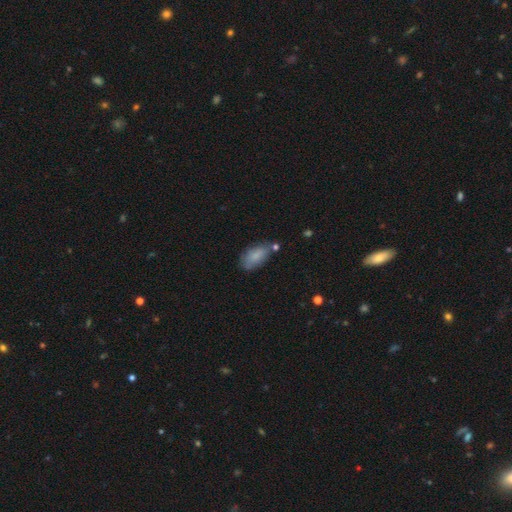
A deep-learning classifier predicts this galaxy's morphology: smooth_or_featured: smooth (p=0.83) [alt: featured or disk p=0.10]
how_rounded: in between (p=0.91) [alt: cigar-shaped p=0.07]
merging: none (p=0.59) [alt: minor disturbance p=0.25]